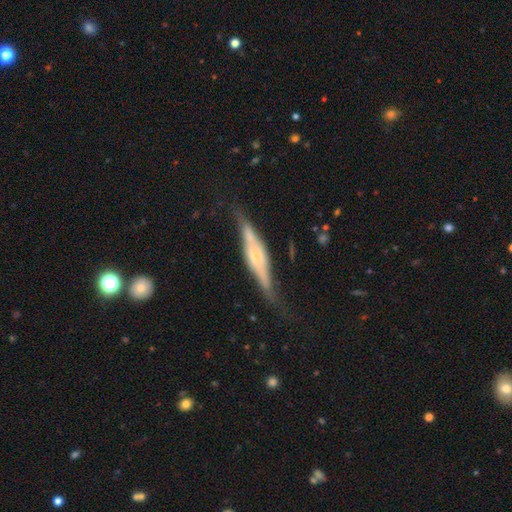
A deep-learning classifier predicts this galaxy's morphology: This is likely a featured or disk galaxy (73%). It is clearly viewed edge-on (90%). Edge-on bulge: possibly rounded (56%). Merging: likely none (69%).